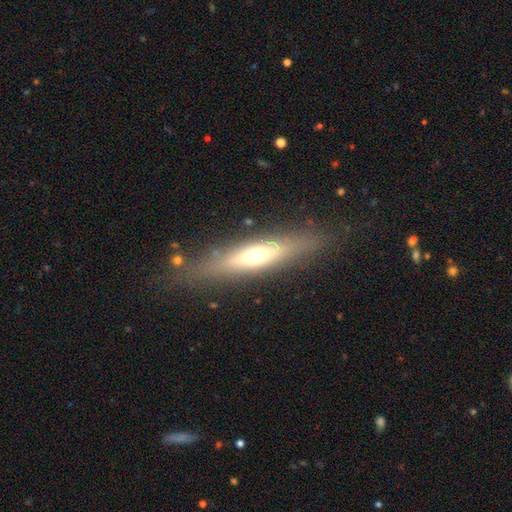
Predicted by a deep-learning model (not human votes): This is possibly a featured or disk galaxy (54%). It is clearly viewed edge-on (81%). Merging: likely none (80%).